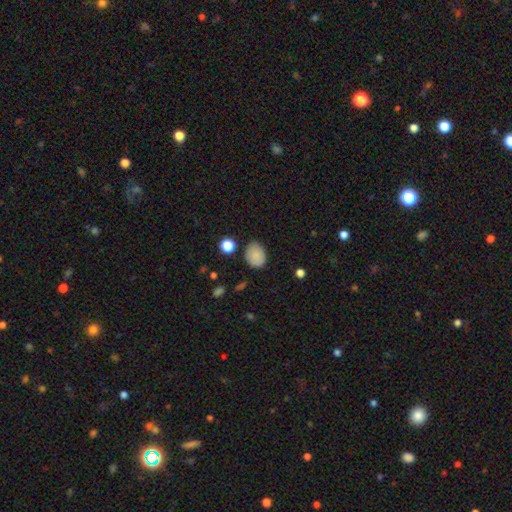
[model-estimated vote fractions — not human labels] A smooth galaxy with no disk features (85%) that is in between round and cigar-shaped (57%). Merging: none (79%).